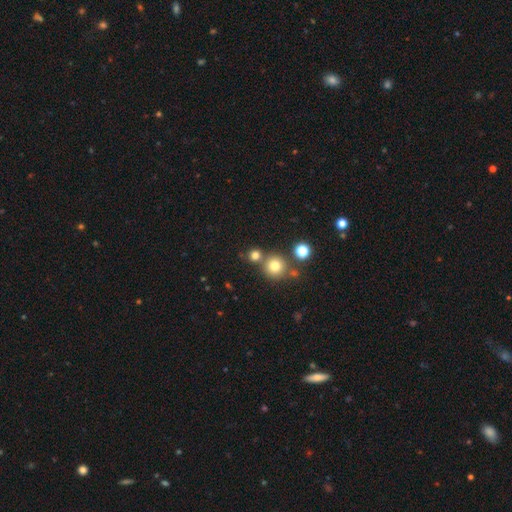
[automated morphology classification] type=smooth (74%); roundness=round (90%); merging=none (70%).